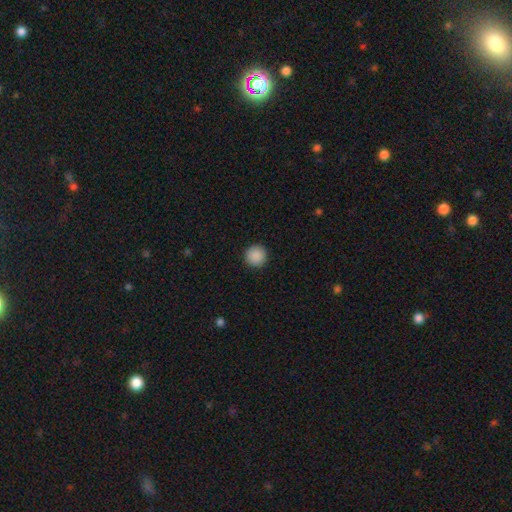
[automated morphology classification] A smooth galaxy with no disk features (89%) that is round (96%). Merging: none (92%).